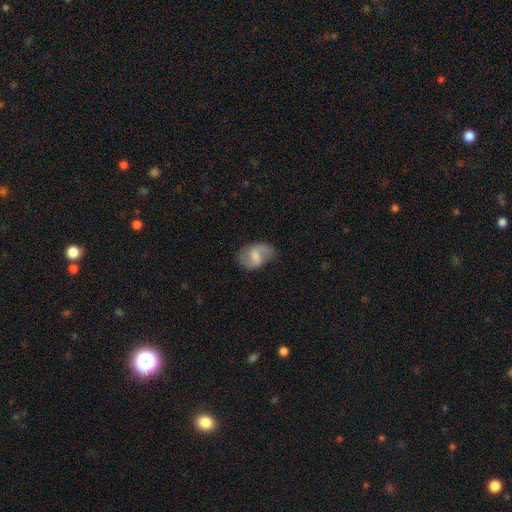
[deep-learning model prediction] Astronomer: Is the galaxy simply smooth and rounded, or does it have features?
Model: featured or disk — 64%.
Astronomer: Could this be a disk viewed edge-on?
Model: no — 97%.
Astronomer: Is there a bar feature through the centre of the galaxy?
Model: weak — 57%.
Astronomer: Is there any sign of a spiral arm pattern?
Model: yes — 89%.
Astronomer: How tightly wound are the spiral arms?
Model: loose — 49% (runner-up: medium, 40%).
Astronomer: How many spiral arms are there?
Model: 2 — 83%.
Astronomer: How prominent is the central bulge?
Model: moderate — 38% (runner-up: small, 34%).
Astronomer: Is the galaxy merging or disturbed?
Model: none — 66%.